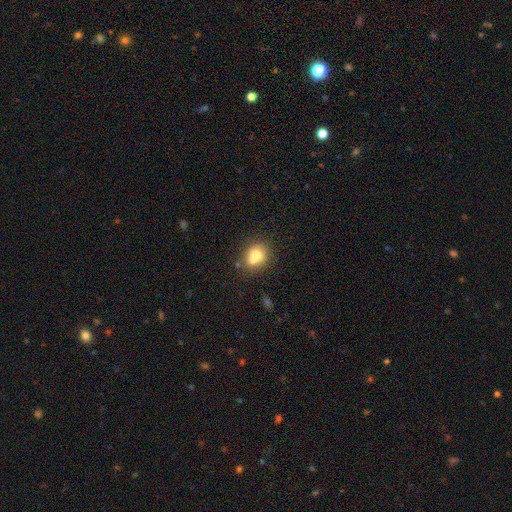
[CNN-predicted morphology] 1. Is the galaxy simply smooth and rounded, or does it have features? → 70% smooth, 19% featured or disk, 11% star or artifact.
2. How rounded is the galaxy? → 75% round, 24% in between, 1% cigar-shaped.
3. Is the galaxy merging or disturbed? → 49% none, 36% merger, 11% minor disturbance, 4% major disturbance.